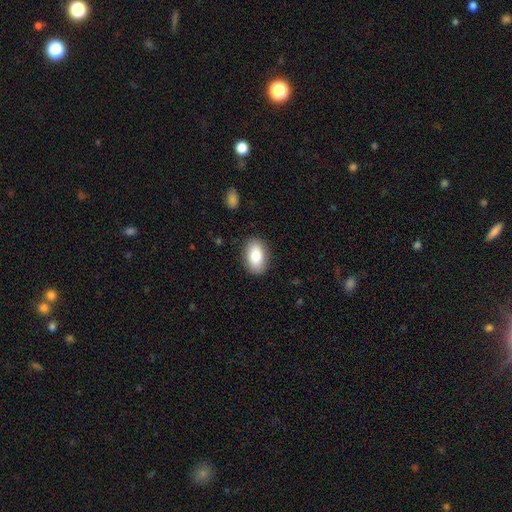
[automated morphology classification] Smooth or featured? smooth (81%)
How rounded? in between (89%)
Merging? none (87%)